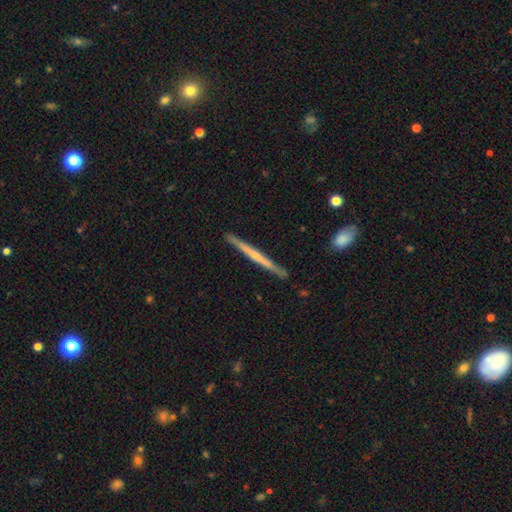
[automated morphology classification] Overall: featured or disk (59%; smooth 36%). Edge-on disk: yes (98%). Edge-on bulge: none (67%). Merging: none (89%).